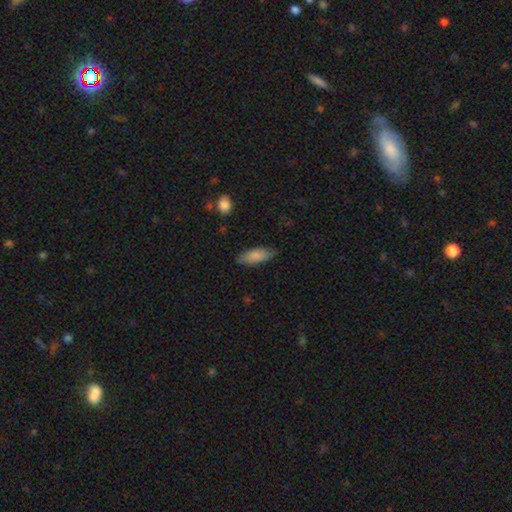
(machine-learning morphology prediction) smooth 84%, featured or disk 10%, star or artifact 6%. Down the decision tree: how rounded — in between (82%); merging — none (72%).